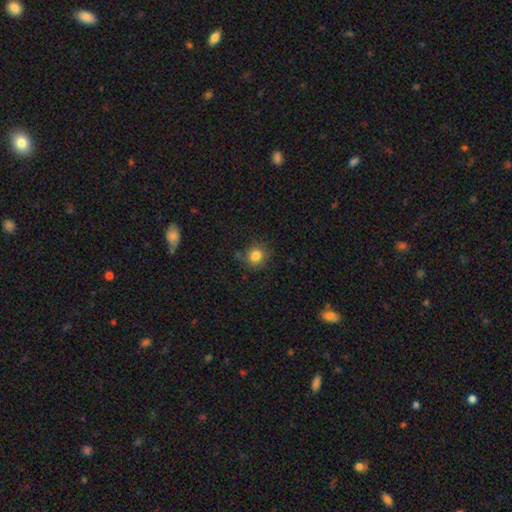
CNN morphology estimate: Q: Smooth or featured?
A: smooth (83%); runner-up: star or artifact (11%)
Q: How rounded?
A: round (89%); runner-up: in between (10%)
Q: Merging?
A: none (78%); runner-up: minor disturbance (15%)